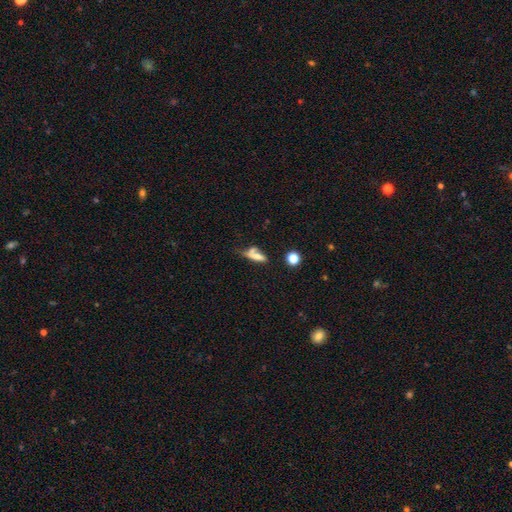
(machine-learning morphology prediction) A smooth galaxy with no disk features (61%) that is cigar-shaped (48%).

Vote fractions:
- Smooth or featured? smooth: 61% / featured or disk: 27% / star or artifact: 13%
- How rounded? cigar-shaped: 48% / in between: 44% / round: 7%
- Merging? none: 38% / merger: 27% / minor disturbance: 20% / major disturbance: 15%